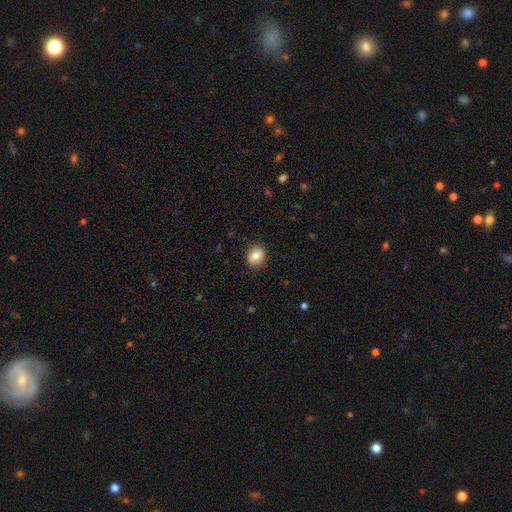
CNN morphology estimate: type=smooth (82%); roundness=in between (50%); merging=none (85%).